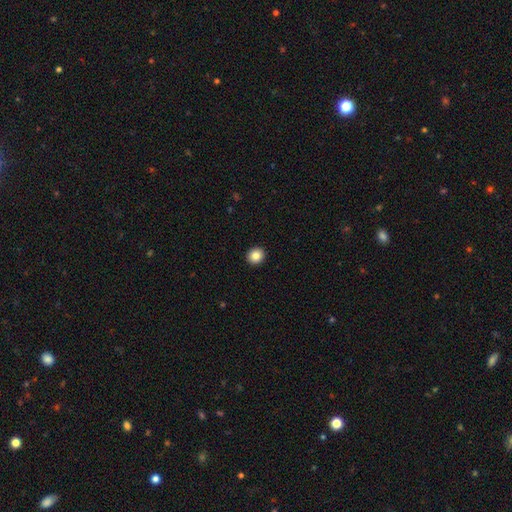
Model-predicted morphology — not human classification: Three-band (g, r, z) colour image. It shows a smooth galaxy with no disk features (84%) that is round (88%). Merging: none (93%).